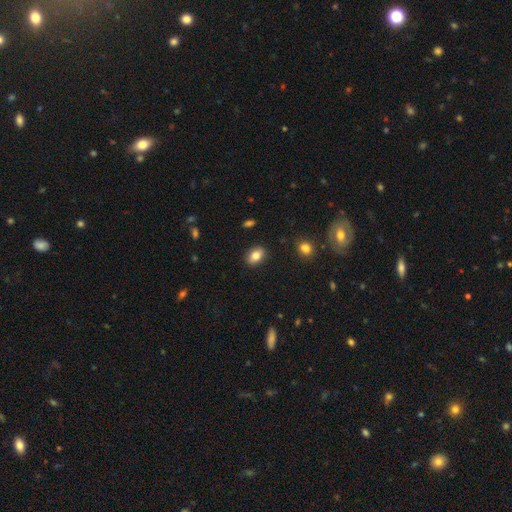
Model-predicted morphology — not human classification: smooth_or_featured: smooth (p=0.81) [alt: featured or disk p=0.10]
how_rounded: in between (p=0.83) [alt: round p=0.15]
merging: none (p=0.87) [alt: minor disturbance p=0.09]